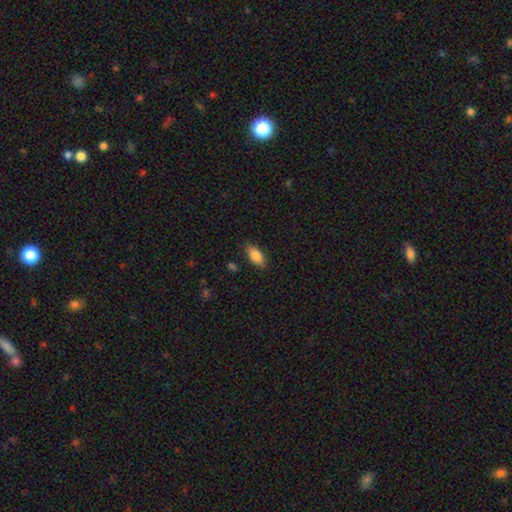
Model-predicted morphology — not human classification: A smooth galaxy with no disk features (84%) that is in between round and cigar-shaped (89%).

Vote fractions:
- Smooth or featured? smooth: 84% / featured or disk: 9% / star or artifact: 7%
- How rounded? in between: 89% / cigar-shaped: 9% / round: 3%
- Merging? none: 84% / minor disturbance: 12% / major disturbance: 2% / merger: 1%